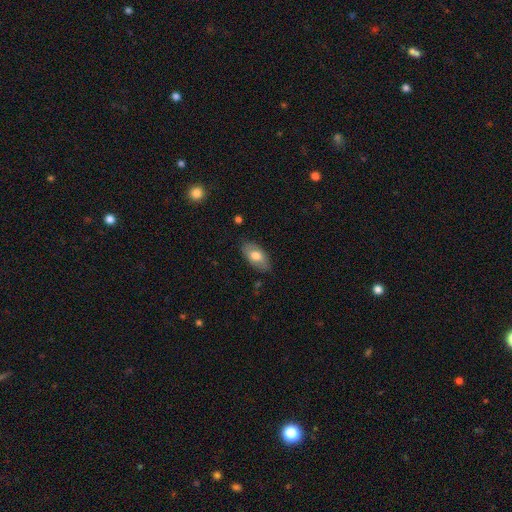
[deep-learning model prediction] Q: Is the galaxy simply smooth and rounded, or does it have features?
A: smooth — 70%.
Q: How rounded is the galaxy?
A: in between — 93%.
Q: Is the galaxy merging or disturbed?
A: none — 80%.